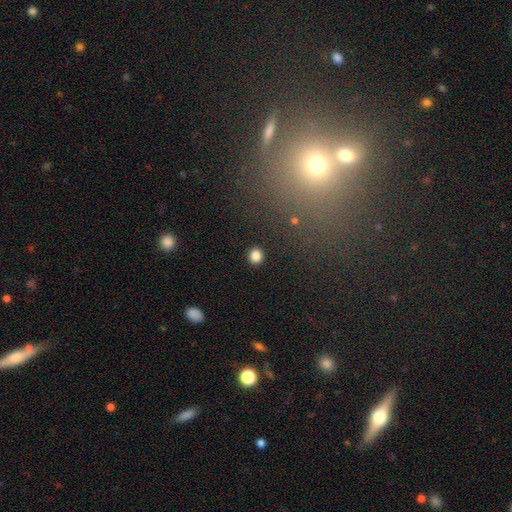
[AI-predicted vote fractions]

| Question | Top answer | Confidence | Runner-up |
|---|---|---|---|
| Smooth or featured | smooth | 84% | star or artifact (12%) |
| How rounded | round | 84% | in between (15%) |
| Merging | none | 91% | minor disturbance (5%) |